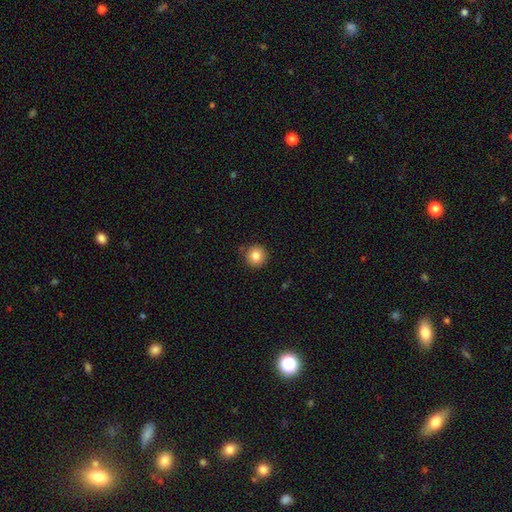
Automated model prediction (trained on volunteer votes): A smooth galaxy with no disk features (84%) that is round (95%).

Vote fractions:
- Smooth or featured? smooth: 84% / star or artifact: 10% / featured or disk: 6%
- How rounded? round: 95% / in between: 4% / cigar-shaped: 1%
- Merging? none: 86% / minor disturbance: 9% / major disturbance: 2% / merger: 2%